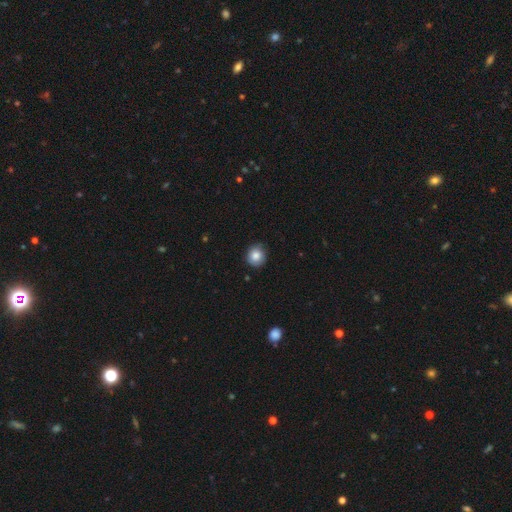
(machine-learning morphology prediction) A smooth galaxy with no disk features (84%) that is round (88%). Merging: none (83%).